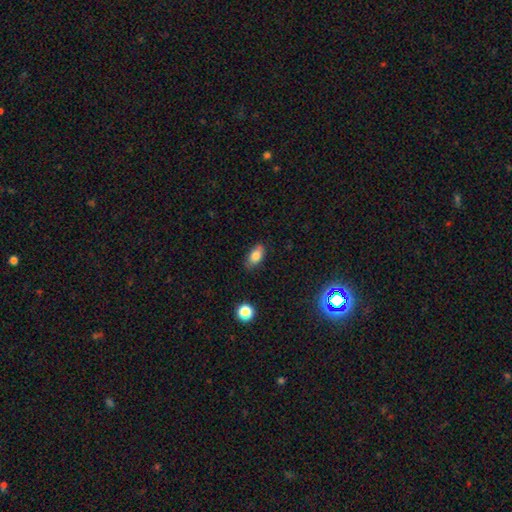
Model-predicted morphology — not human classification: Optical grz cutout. It shows a smooth galaxy with no disk features (81%) that is in between round and cigar-shaped (90%). Merging: none (79%).